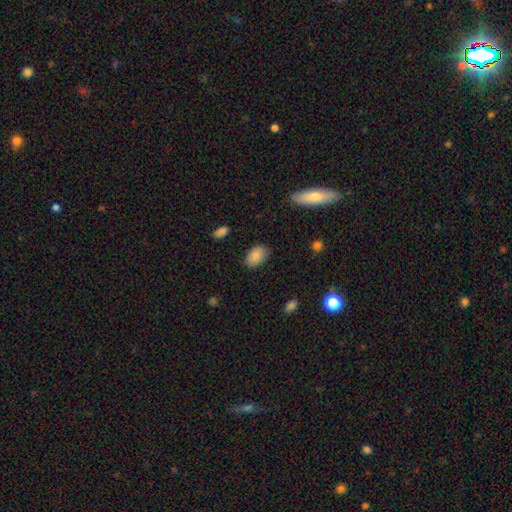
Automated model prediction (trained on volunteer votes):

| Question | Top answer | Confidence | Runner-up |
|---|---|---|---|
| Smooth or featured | smooth | 87% | star or artifact (7%) |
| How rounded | in between | 89% | round (10%) |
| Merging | none | 84% | minor disturbance (12%) |